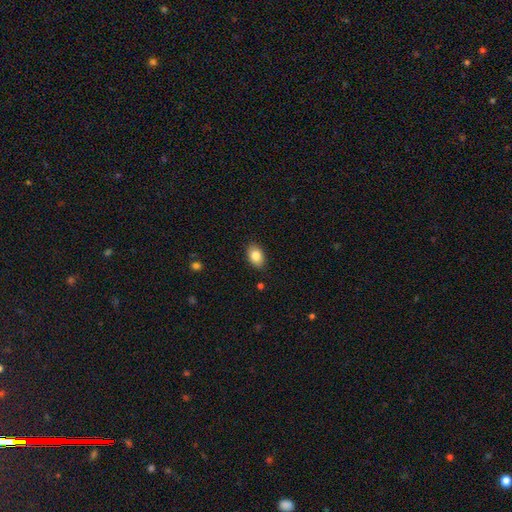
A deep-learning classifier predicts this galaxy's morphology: smooth-or-featured: smooth: 83% | featured or disk: 9% | star or artifact: 8%
  how-rounded: in between: 85% | round: 14% | cigar-shaped: 1%
  merging: none: 87% | minor disturbance: 10% | major disturbance: 2% | merger: 1%